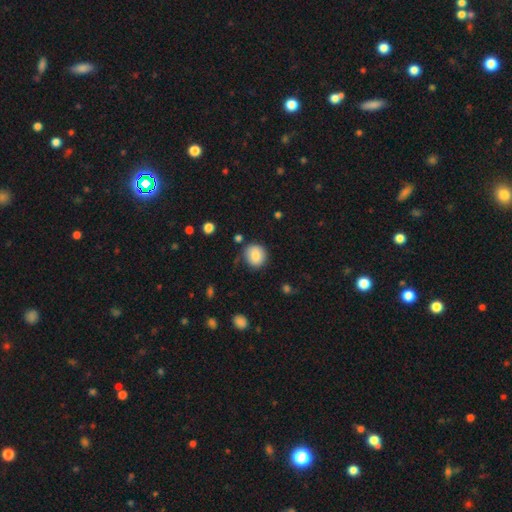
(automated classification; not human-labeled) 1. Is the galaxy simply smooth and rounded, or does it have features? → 83% smooth, 9% star or artifact, 8% featured or disk.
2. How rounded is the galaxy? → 87% round, 12% in between, 1% cigar-shaped.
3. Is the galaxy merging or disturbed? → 81% none, 13% minor disturbance, 3% major disturbance, 3% merger.